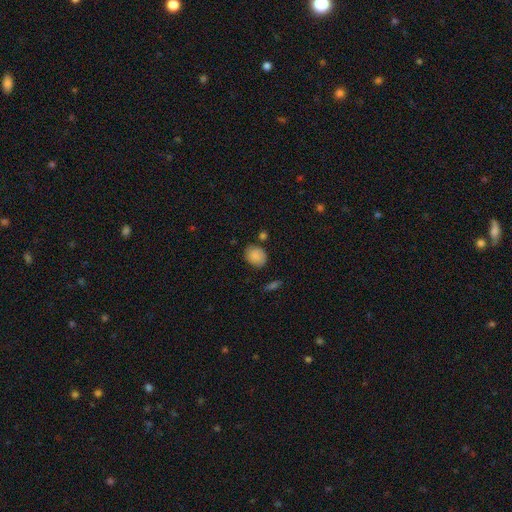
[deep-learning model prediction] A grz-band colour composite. It shows a smooth galaxy with no disk features (84%) that is round (52%). Merging: none (74%).